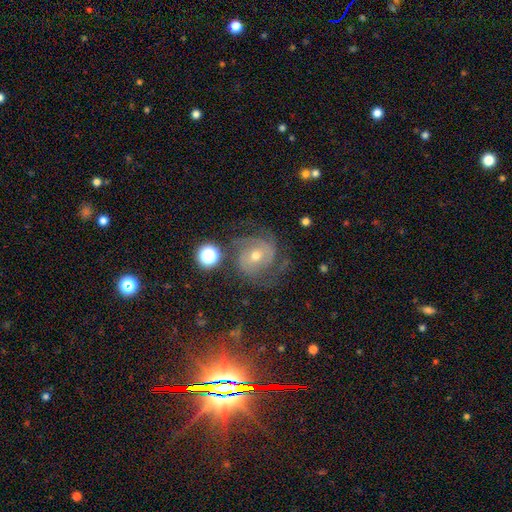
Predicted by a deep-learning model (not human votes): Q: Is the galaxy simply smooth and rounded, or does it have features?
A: featured or disk — 80%.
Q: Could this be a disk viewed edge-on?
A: no — 97%.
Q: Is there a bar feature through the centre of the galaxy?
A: no — 53%.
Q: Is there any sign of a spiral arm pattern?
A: yes — 95%.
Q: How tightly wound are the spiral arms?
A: tight — 46%.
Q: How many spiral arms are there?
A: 2 — 46%.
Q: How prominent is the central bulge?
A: moderate — 66%.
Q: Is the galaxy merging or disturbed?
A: none — 68%.